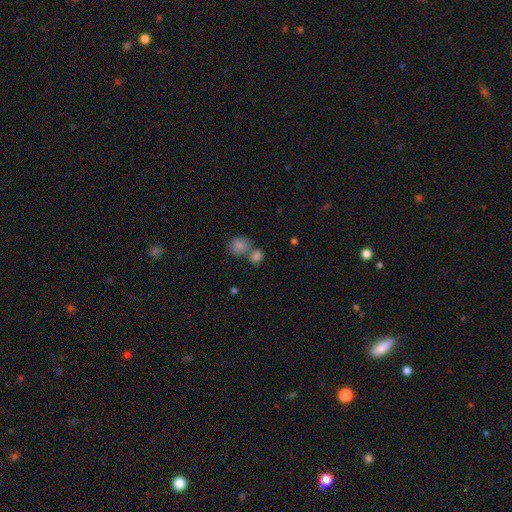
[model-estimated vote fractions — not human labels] Smooth or featured? smooth (82%)
How rounded? round (62%)
Merging? merger (48%)